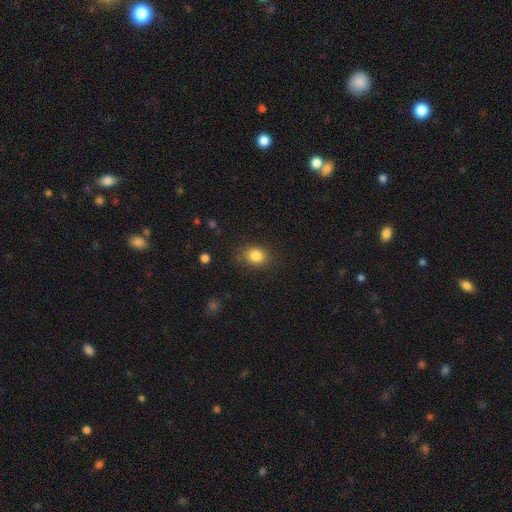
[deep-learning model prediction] smooth 84%, star or artifact 10%, featured or disk 6%. Down the decision tree: how rounded — round (55%); merging — none (80%).